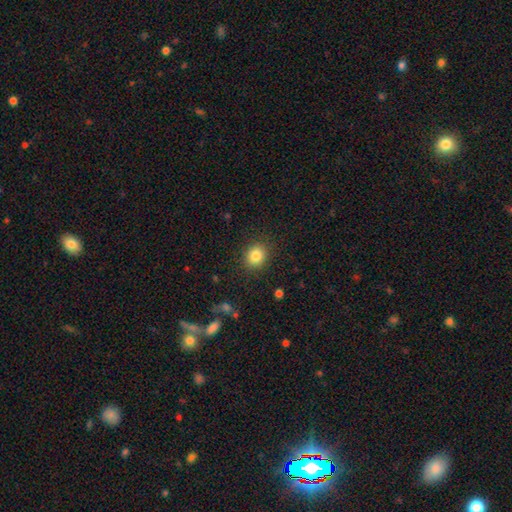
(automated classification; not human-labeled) This appears to be a smooth galaxy with no disk features (84%) that is round (73%). Merging: none (88%).